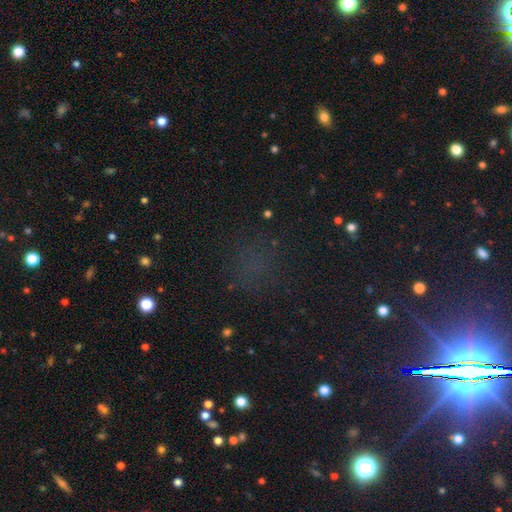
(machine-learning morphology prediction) Smooth or featured: star or artifact — 65% (smooth — 24%)